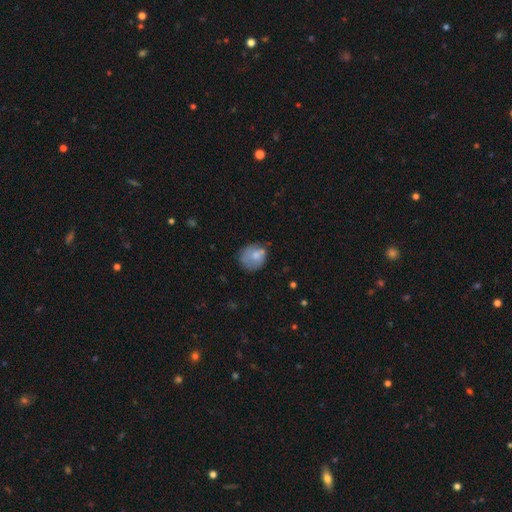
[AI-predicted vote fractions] A smooth galaxy with no disk features (70%) that is round (74%). Merging: none (53%).